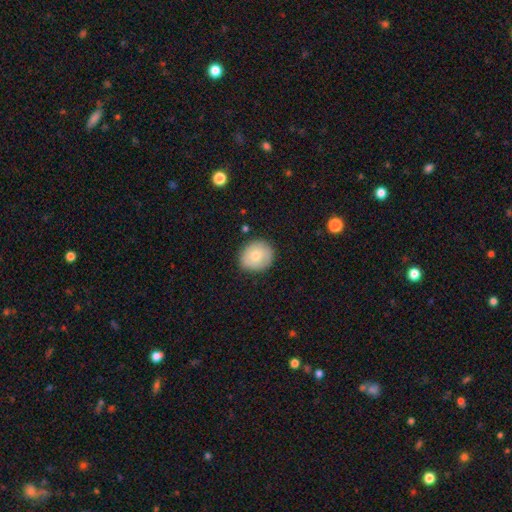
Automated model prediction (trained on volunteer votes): Smooth or featured? smooth (75%)
How rounded? round (80%)
Merging? none (85%)